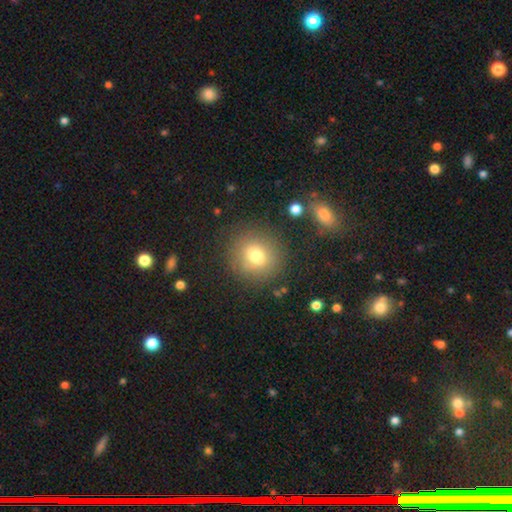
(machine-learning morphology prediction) The model was most divided on "smooth or featured": smooth: 74%, star or artifact: 13%, featured or disk: 13%. More confident: how rounded — round (87%); merging — none (84%).